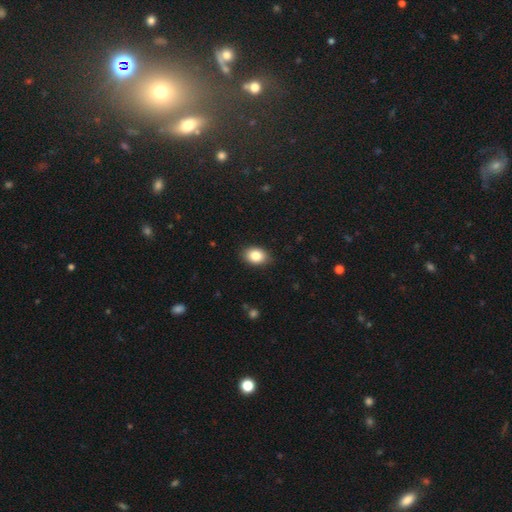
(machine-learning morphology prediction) A smooth galaxy with no disk features (85%) that is in between round and cigar-shaped (75%). Merging: none (87%).